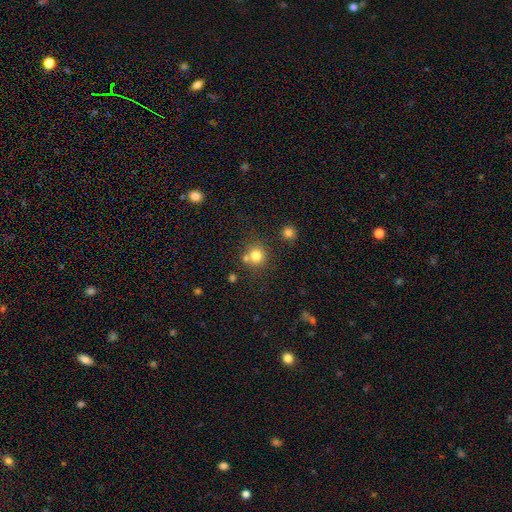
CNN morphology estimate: This appears to be a smooth galaxy with no disk features (78%) that is round (89%). Merging: none (64%).